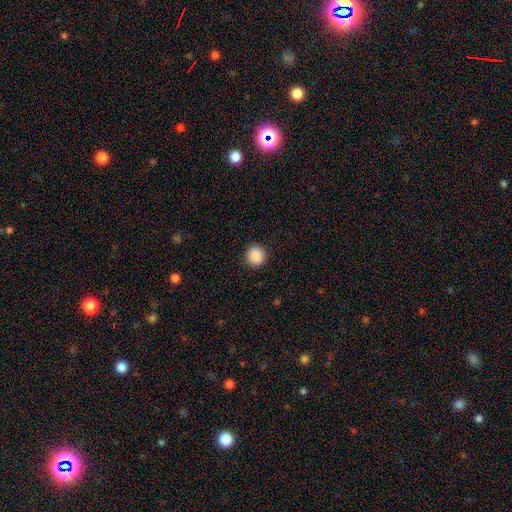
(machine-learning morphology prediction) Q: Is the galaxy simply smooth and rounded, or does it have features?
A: smooth — 89%.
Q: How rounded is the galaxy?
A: round — 91%.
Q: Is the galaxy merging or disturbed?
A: none — 92%.